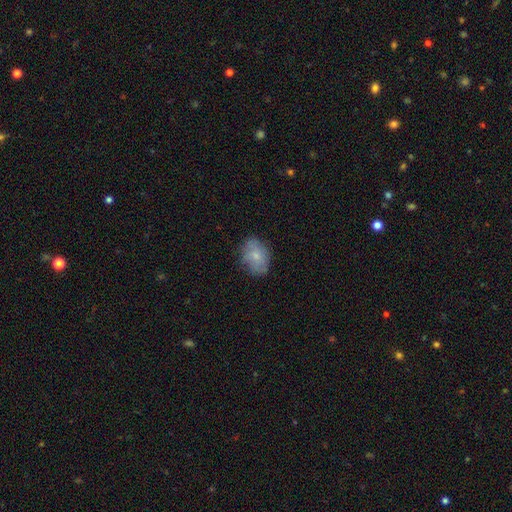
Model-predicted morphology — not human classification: This appears to be a smooth galaxy with no disk features (72%) that is in between round and cigar-shaped (75%). Merging: none (75%).